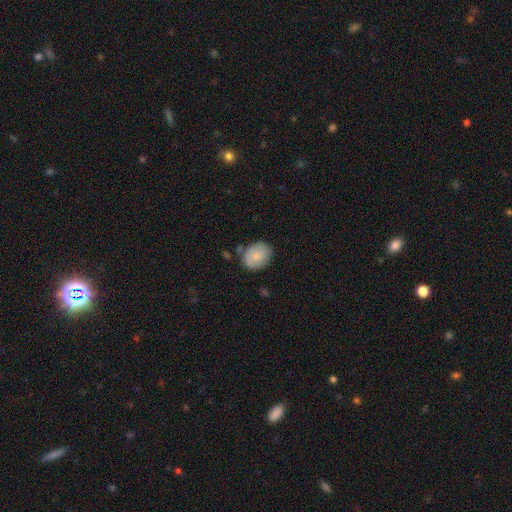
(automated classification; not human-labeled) Smooth or featured? smooth (82%)
How rounded? in between (54%)
Merging? none (76%)